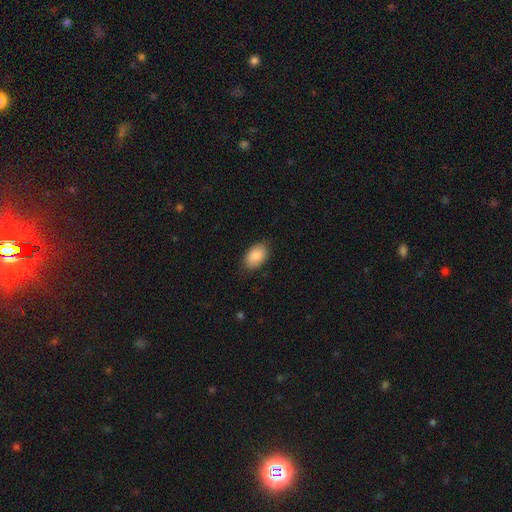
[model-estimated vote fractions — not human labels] A smooth galaxy with no disk features (87%) that is in between round and cigar-shaped (91%).

Vote fractions:
- Smooth or featured? smooth: 87% / star or artifact: 7% / featured or disk: 7%
- How rounded? in between: 91% / round: 8% / cigar-shaped: 1%
- Merging? none: 84% / minor disturbance: 13% / major disturbance: 2% / merger: 1%